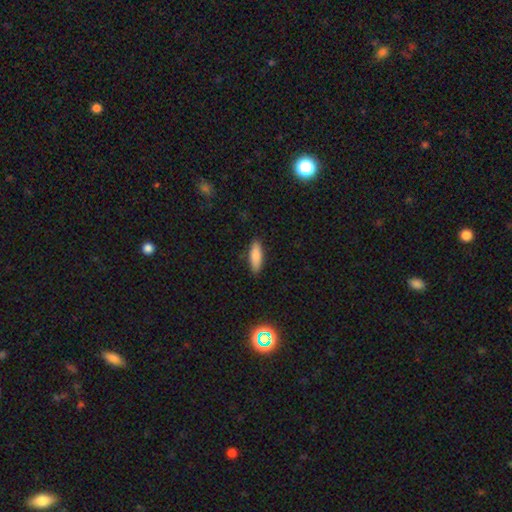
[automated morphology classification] smooth-or-featured: smooth: 84% | featured or disk: 9% | star or artifact: 7%
  how-rounded: in between: 58% | cigar-shaped: 40% | round: 2%
  merging: none: 86% | minor disturbance: 10% | major disturbance: 2% | merger: 1%